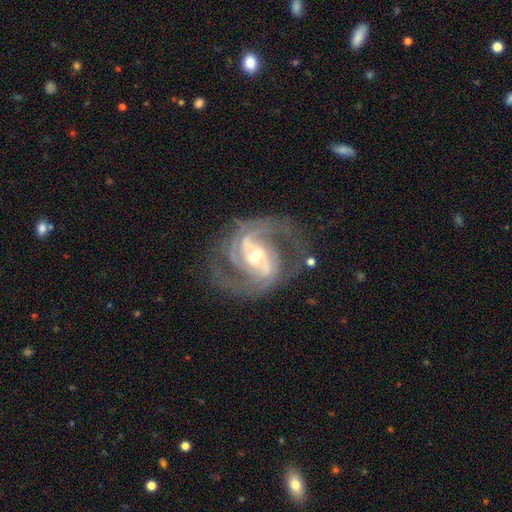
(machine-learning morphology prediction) The model was most divided on "bar": weak: 44%, strong: 37%, no: 20%. Remaining: spiral arms — yes (98%); edge-on disk — no (98%); smooth or featured — featured or disk (92%); merging — none (71%); bulge size — moderate (63%); spiral winding — medium (51%); spiral arm count — 2 (49%).